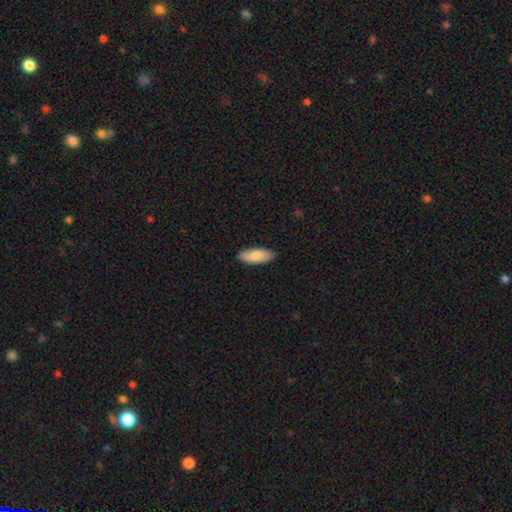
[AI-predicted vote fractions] smooth 82%, featured or disk 12%, star or artifact 5%. Down the decision tree: how rounded — in between (79%); merging — none (86%).